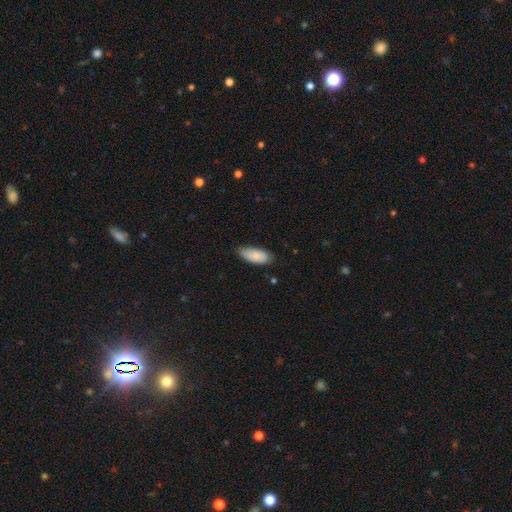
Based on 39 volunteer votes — smooth 79%, featured or disk 13%, star or artifact 8%. Down the decision tree: how rounded — in between (97%); merging — none (89%).